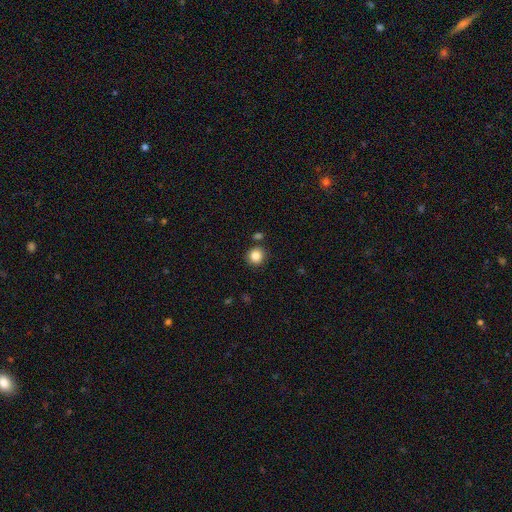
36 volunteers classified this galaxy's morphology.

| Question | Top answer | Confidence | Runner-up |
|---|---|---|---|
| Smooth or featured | smooth | 89% | featured or disk (8%) |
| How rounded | round | 100% | — |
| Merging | none | 77% | minor disturbance (11%) |